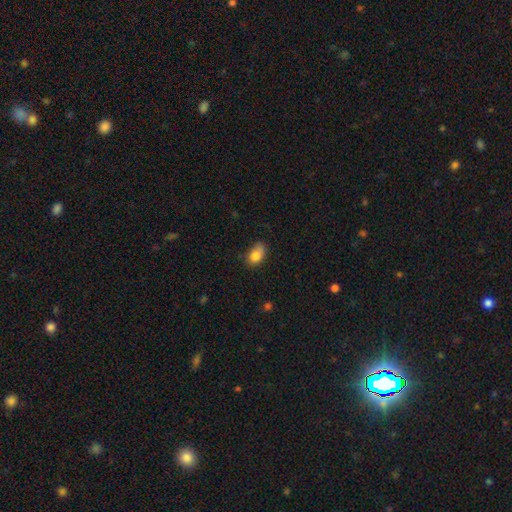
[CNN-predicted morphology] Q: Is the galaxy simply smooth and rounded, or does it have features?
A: smooth — 82%.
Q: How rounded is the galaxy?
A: in between — 87%.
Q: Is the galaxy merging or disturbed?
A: none — 53%.